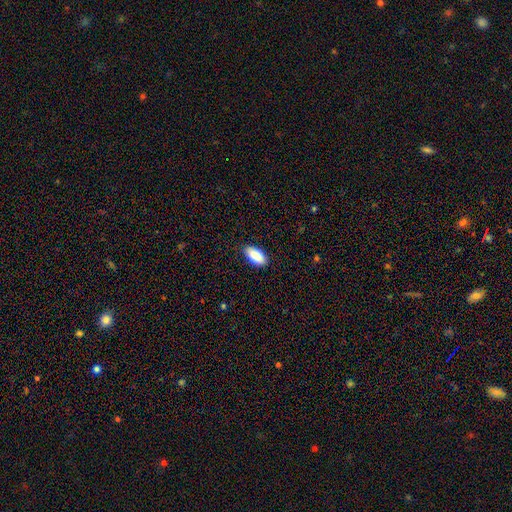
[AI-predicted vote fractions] A smooth galaxy with no disk features (90%) that is in between round and cigar-shaped (91%). Merging: none (87%).